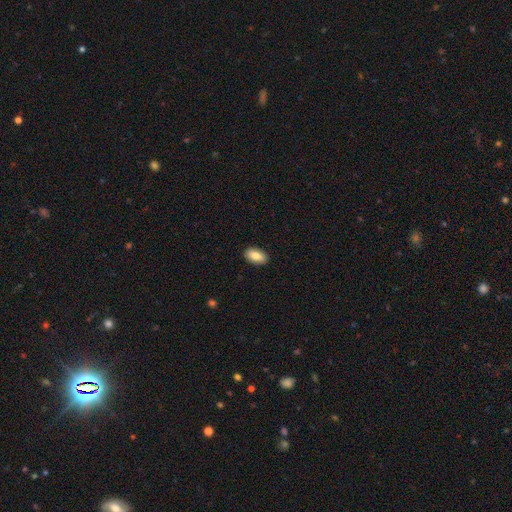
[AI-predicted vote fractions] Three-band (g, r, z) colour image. It shows a smooth galaxy with no disk features (84%) that is in between round and cigar-shaped (93%). Merging: none (90%).